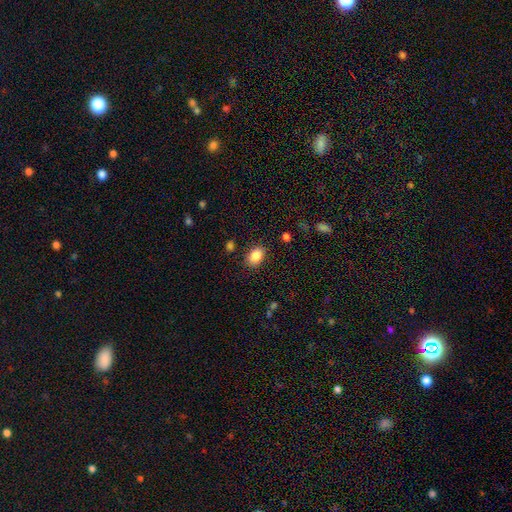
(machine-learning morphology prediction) smooth-or-featured: smooth: 87% | star or artifact: 8% | featured or disk: 4%
  how-rounded: in between: 80% | round: 19% | cigar-shaped: 1%
  merging: none: 84% | minor disturbance: 11% | major disturbance: 3% | merger: 2%